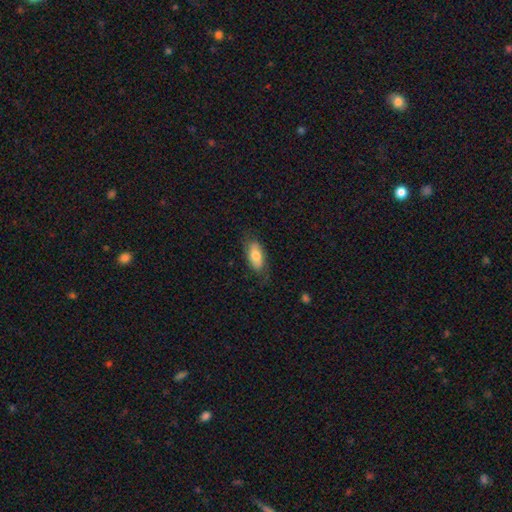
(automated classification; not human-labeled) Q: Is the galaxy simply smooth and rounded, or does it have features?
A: smooth — 68%.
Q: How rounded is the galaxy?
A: in between — 87%.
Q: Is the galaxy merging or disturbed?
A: none — 73%.